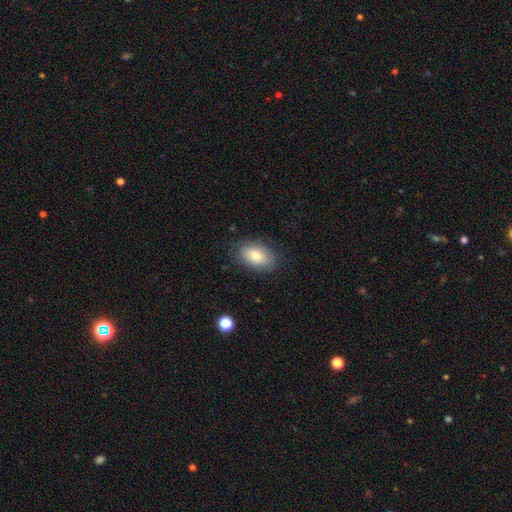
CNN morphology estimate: smooth 81%, featured or disk 12%, star or artifact 7%. Down the decision tree: how rounded — in between (92%); merging — none (82%).